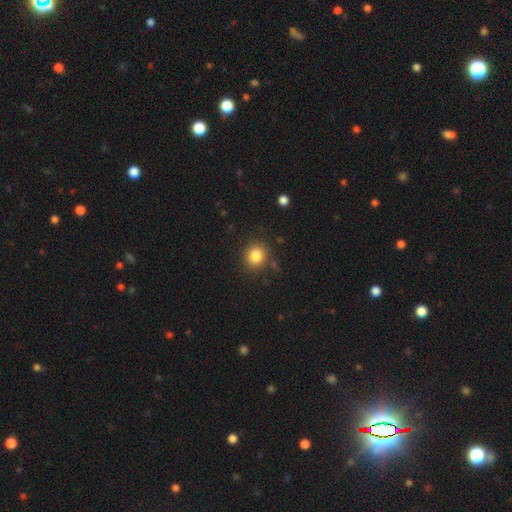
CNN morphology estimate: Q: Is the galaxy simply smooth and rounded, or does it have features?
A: smooth — 84%.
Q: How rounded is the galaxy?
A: round — 83%.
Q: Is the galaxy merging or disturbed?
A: none — 86%.